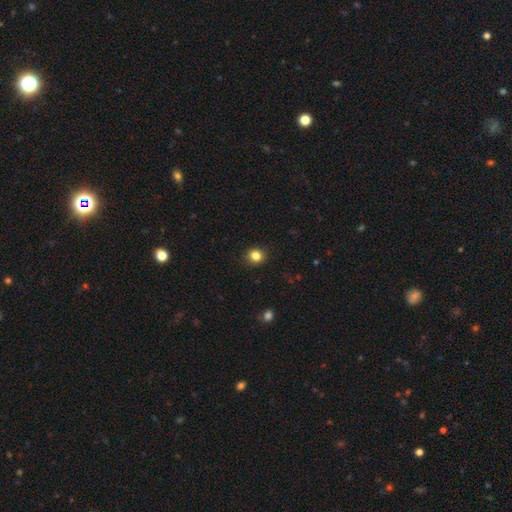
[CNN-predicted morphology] Smooth or featured: smooth — 84% (star or artifact — 12%)
How rounded: round — 79% (in between — 20%)
Merging: none — 89% (minor disturbance — 7%)